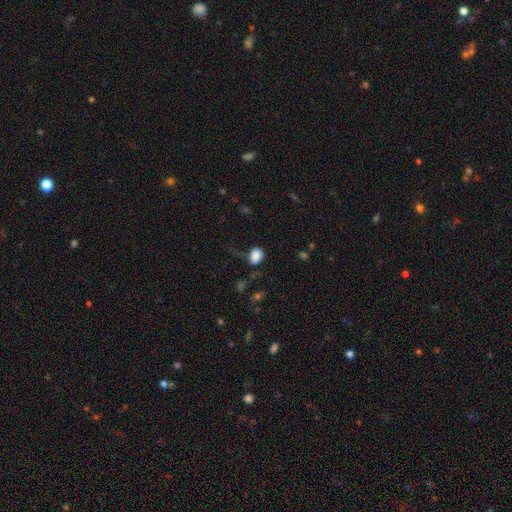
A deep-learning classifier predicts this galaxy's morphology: This is clearly a smooth galaxy (86%). How rounded: likely in between (65%). Merging: possibly none (54%).